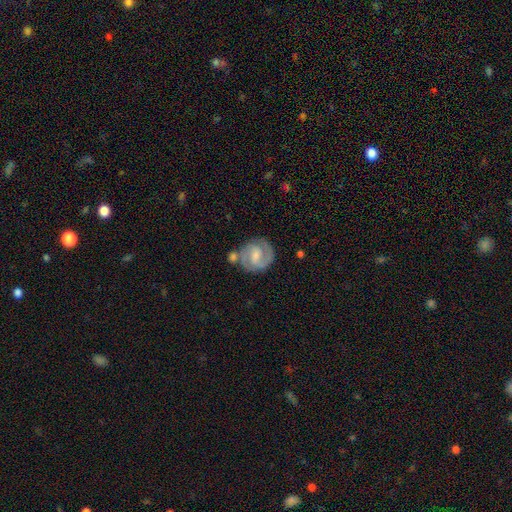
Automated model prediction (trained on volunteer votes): Smooth or featured? featured or disk (80%)
Edge-on disk? no (98%)
Bar? weak (54%)
Spiral arms? yes (96%)
Spiral winding? tight (46%)
Spiral arm count? 2 (83%)
Bulge size? small (51%)
Merging? none (65%)